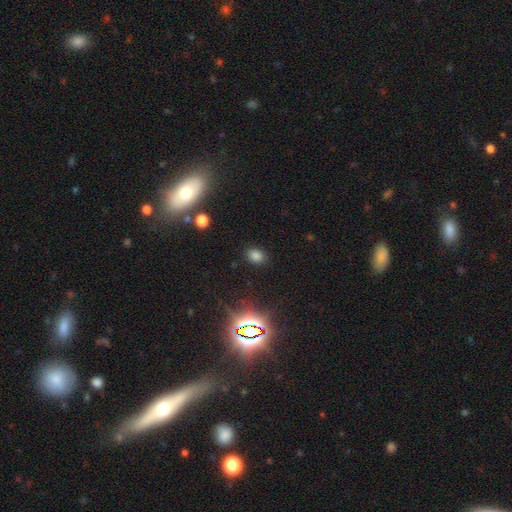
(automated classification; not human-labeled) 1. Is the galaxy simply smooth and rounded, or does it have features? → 73% smooth, 21% star or artifact, 6% featured or disk.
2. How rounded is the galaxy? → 63% in between, 35% round, 1% cigar-shaped.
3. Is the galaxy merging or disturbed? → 86% none, 9% minor disturbance, 3% major disturbance, 2% merger.